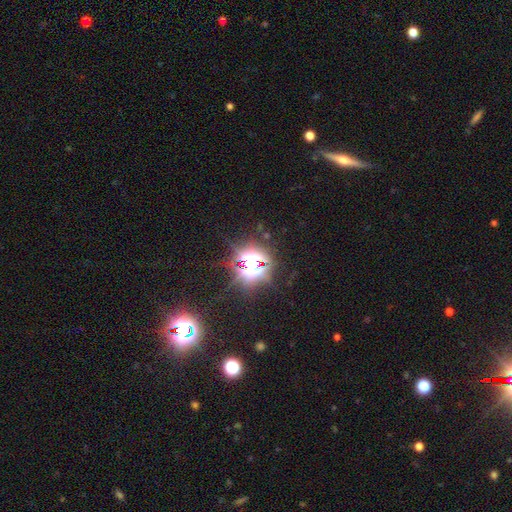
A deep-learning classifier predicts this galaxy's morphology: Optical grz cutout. It shows a star or artifact, not a galaxy (76%).